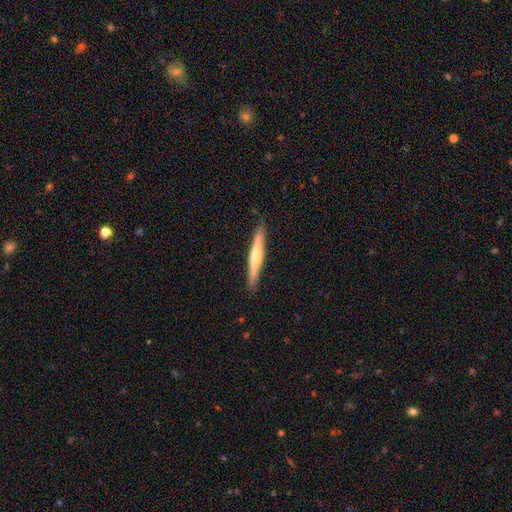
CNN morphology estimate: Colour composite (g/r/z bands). It shows a featured or disk galaxy (53%) viewed edge-on (96%) with a rounded central bulge (75%). Merging: none (90%).